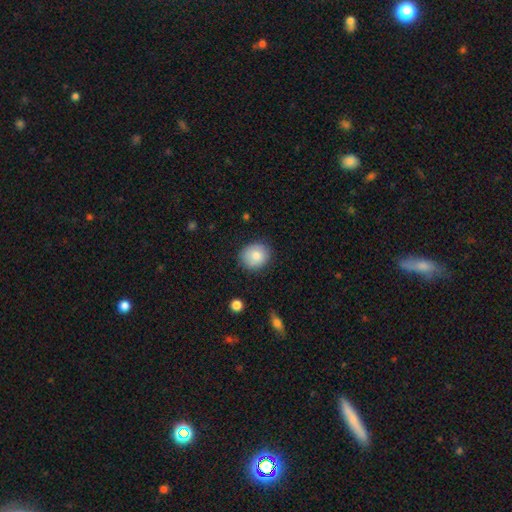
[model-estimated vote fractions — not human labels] Smooth or featured? smooth (81%)
How rounded? round (75%)
Merging? none (83%)